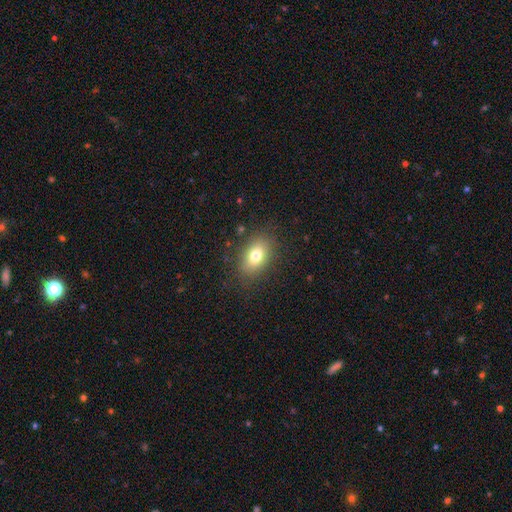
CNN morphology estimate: Smooth or featured? smooth (76%)
How rounded? in between (84%)
Merging? none (83%)